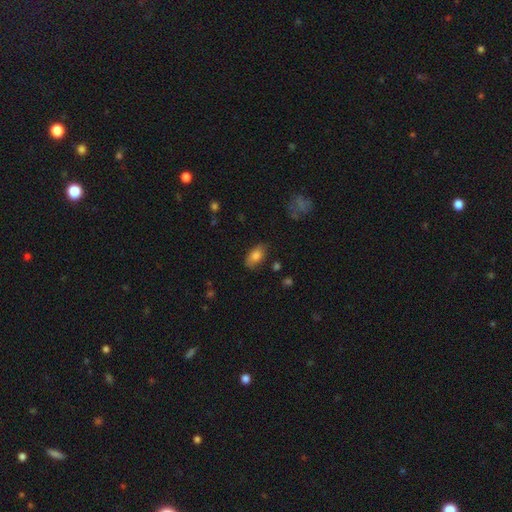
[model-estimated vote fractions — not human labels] The model was most divided on "merging": none: 78%, minor disturbance: 16%, major disturbance: 4%, merger: 2%. More confident: how rounded — in between (90%); smooth or featured — smooth (81%).